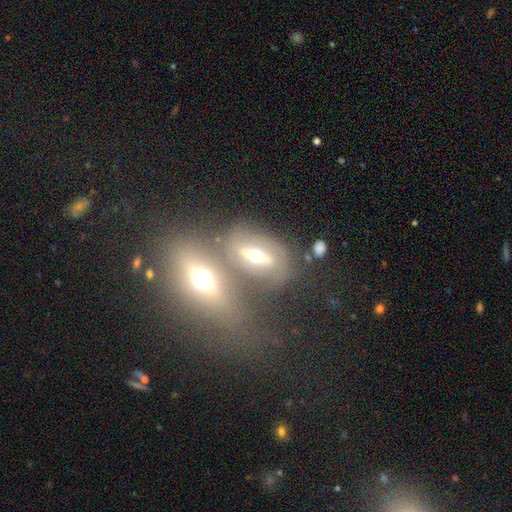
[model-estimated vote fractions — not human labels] The model was most divided on "merging": none: 40%, merger: 39%, minor disturbance: 12%, major disturbance: 8%. Remaining: smooth or featured — featured or disk (47%).